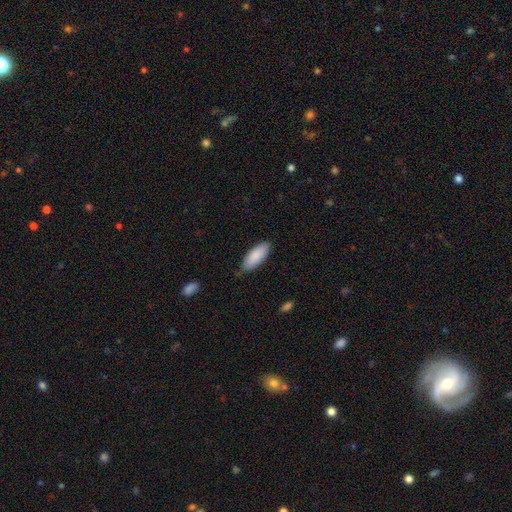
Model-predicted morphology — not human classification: Overall: smooth (87%). How rounded: in between (79%). Merging: none (72%).